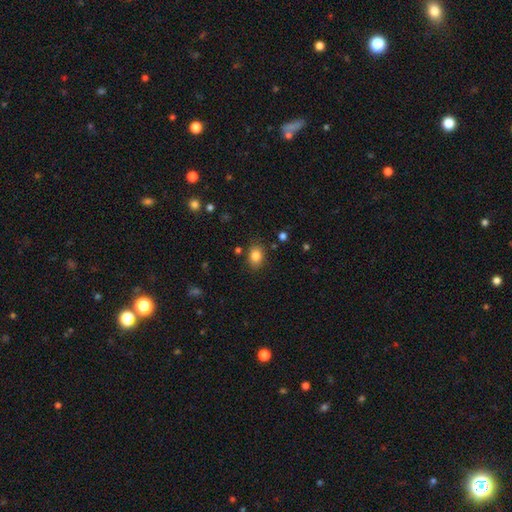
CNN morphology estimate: The model was most divided on "how rounded": in between: 72%, round: 26%, cigar-shaped: 1%. More confident: smooth or featured — smooth (83%); merging — none (82%).